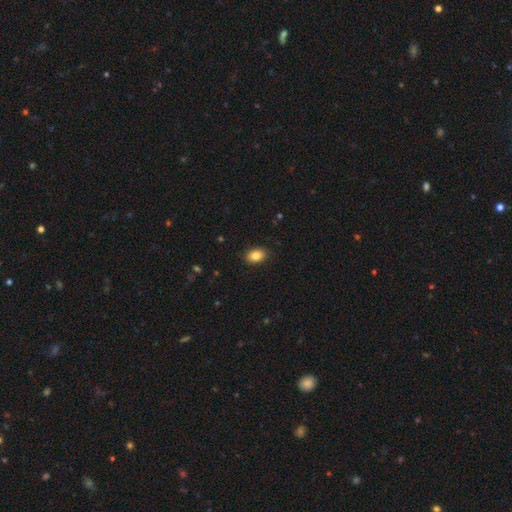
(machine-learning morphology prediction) A smooth galaxy with no disk features (86%) that is in between round and cigar-shaped (86%).

Vote fractions:
- Smooth or featured? smooth: 86% / star or artifact: 8% / featured or disk: 6%
- How rounded? in between: 86% / round: 13% / cigar-shaped: 1%
- Merging? none: 88% / minor disturbance: 9% / major disturbance: 2% / merger: 1%